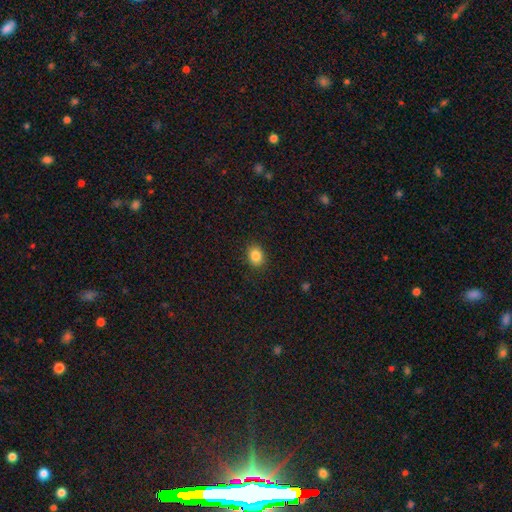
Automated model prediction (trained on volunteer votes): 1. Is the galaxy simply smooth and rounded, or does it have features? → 85% smooth, 10% star or artifact, 5% featured or disk.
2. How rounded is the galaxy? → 52% in between, 48% round, 1% cigar-shaped.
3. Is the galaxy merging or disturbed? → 88% none, 9% minor disturbance, 2% major disturbance, 1% merger.